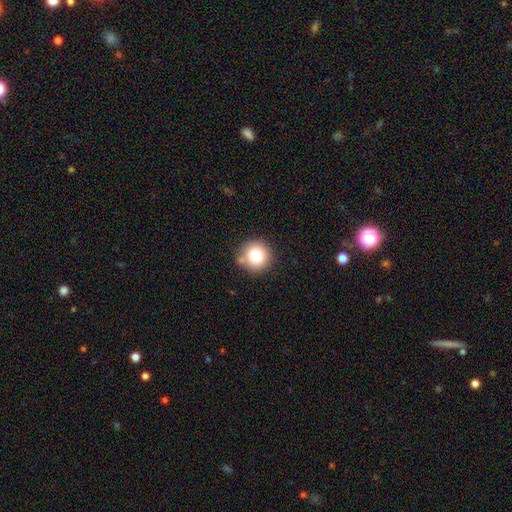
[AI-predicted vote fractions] smooth 80%, star or artifact 11%, featured or disk 9%. Down the decision tree: how rounded — round (94%); merging — none (80%).